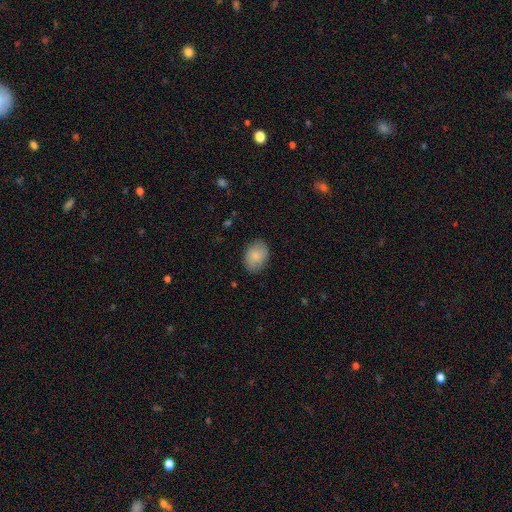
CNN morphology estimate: smooth-or-featured: smooth: 83% | featured or disk: 10% | star or artifact: 7%
  how-rounded: in between: 76% | round: 23% | cigar-shaped: 1%
  merging: none: 82% | minor disturbance: 14% | major disturbance: 3% | merger: 1%